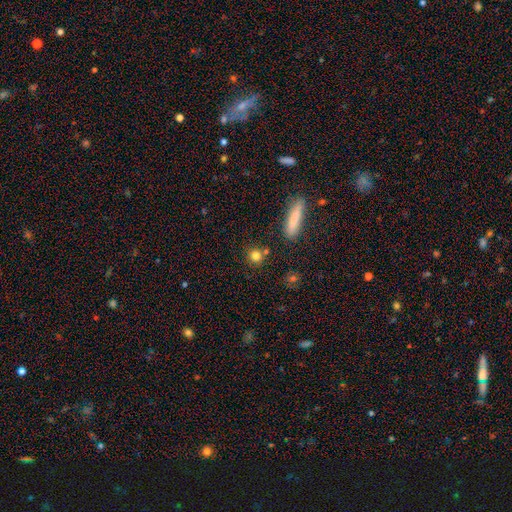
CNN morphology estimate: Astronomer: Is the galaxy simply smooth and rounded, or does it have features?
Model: smooth — 80%.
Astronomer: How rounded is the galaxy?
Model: round — 86%.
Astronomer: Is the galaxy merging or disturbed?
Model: none — 79%.